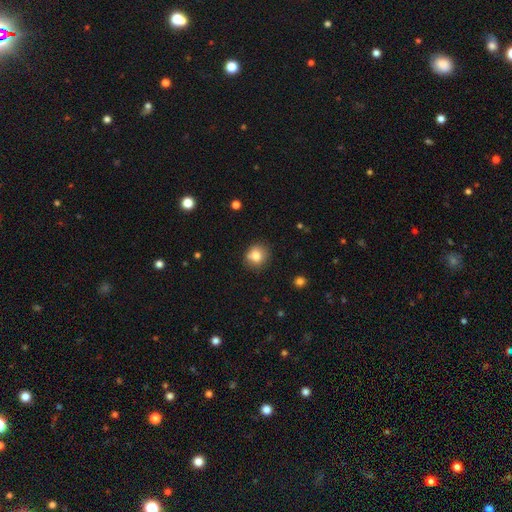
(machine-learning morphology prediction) smooth 78%, featured or disk 11%, star or artifact 11%. Down the decision tree: how rounded — round (76%); merging — none (74%).